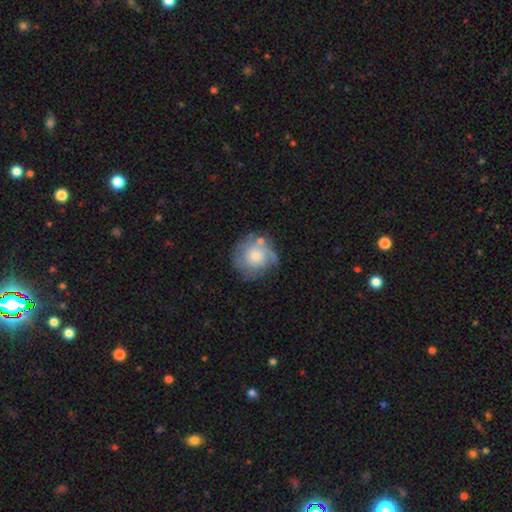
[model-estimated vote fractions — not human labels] Smooth or featured: smooth — 51% (featured or disk — 41%)
How rounded: round — 85% (in between — 14%)
Merging: none — 58% (minor disturbance — 23%)